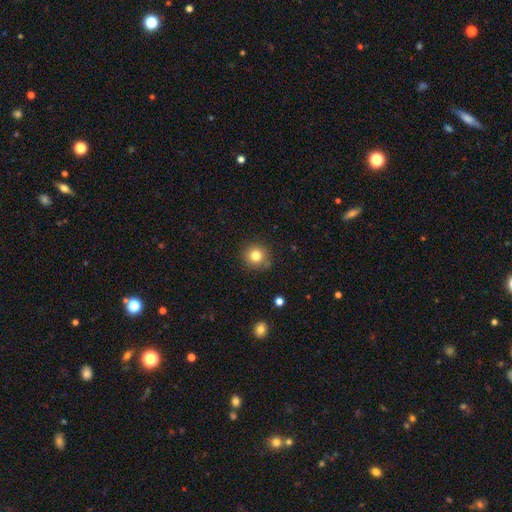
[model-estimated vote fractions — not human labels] Smooth or featured?
  - smooth: 81% *
  - star or artifact: 12%
  - featured or disk: 7%
How rounded?
  - round: 92% *
  - in between: 7%
  - cigar-shaped: 1%
Merging?
  - none: 87% *
  - minor disturbance: 9%
  - major disturbance: 2%
  - merger: 2%